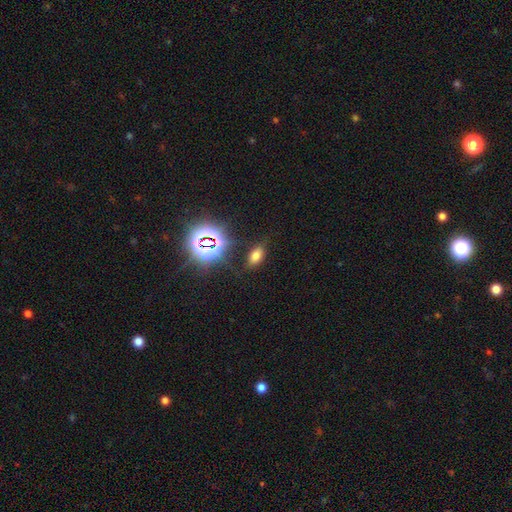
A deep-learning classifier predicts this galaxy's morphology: Smooth or featured? smooth (64%)
How rounded? in between (87%)
Merging? none (82%)